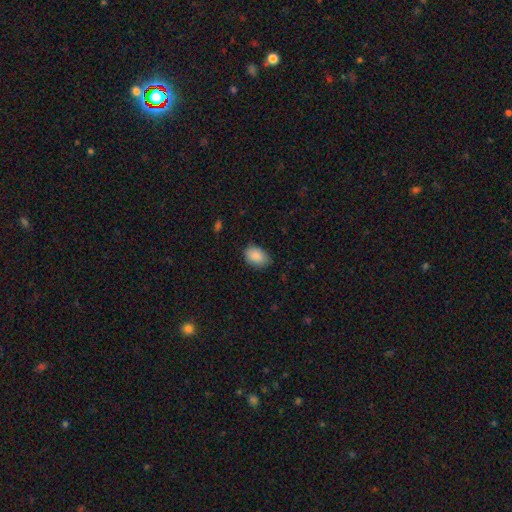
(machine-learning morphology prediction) smooth 88%, star or artifact 7%, featured or disk 5%. Down the decision tree: how rounded — in between (83%); merging — none (78%).